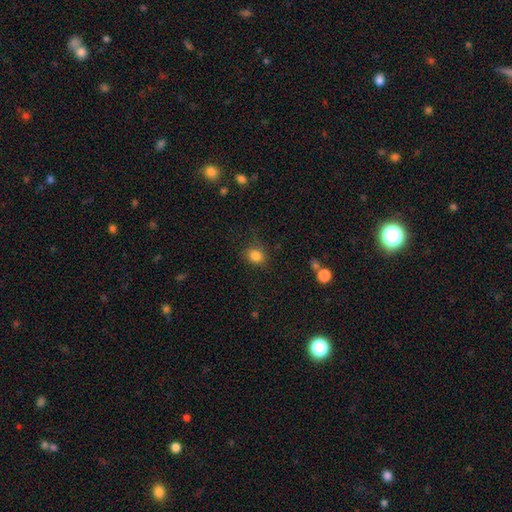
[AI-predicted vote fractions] Q: Smooth or featured?
A: smooth (83%); runner-up: star or artifact (11%)
Q: How rounded?
A: round (67%); runner-up: in between (32%)
Q: Merging?
A: none (76%); runner-up: minor disturbance (16%)